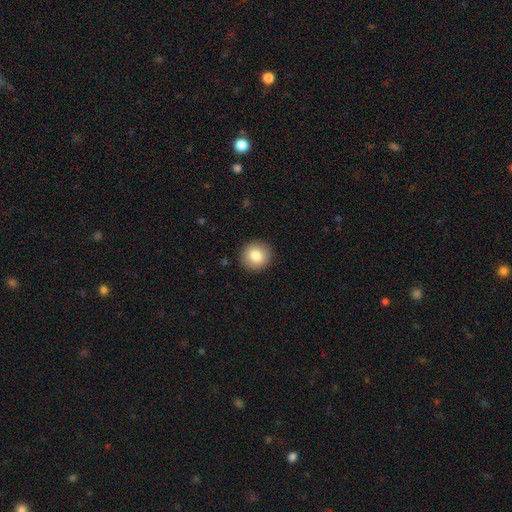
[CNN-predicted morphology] type=smooth (82%); roundness=round (91%); merging=none (91%).